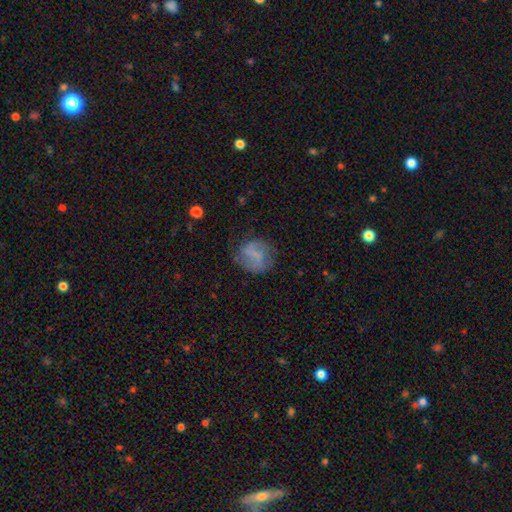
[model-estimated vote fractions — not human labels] Smooth or featured: smooth — 47% (featured or disk — 44%)
Merging: none — 66% (minor disturbance — 21%)